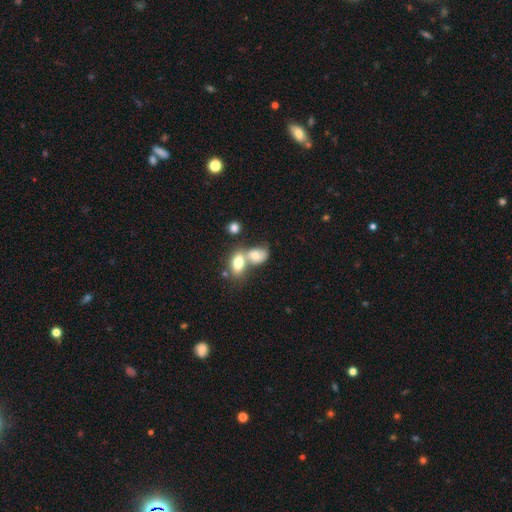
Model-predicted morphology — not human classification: smooth-or-featured: smooth: 73% | featured or disk: 18% | star or artifact: 9%
  how-rounded: in between: 81% | round: 16% | cigar-shaped: 2%
  merging: merger: 63% | none: 23% | minor disturbance: 9% | major disturbance: 5%